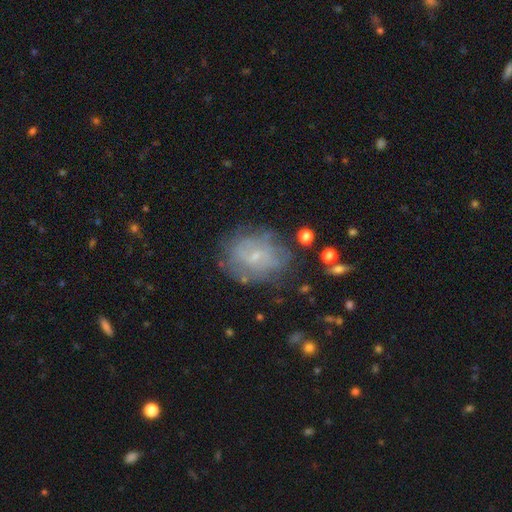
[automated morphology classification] featured or disk 53%, smooth 36%, star or artifact 11%. Down the decision tree: edge-on disk — no (96%); bar — no (63%); spiral arms — yes (53%); bulge size — small (73%); merging — none (66%).